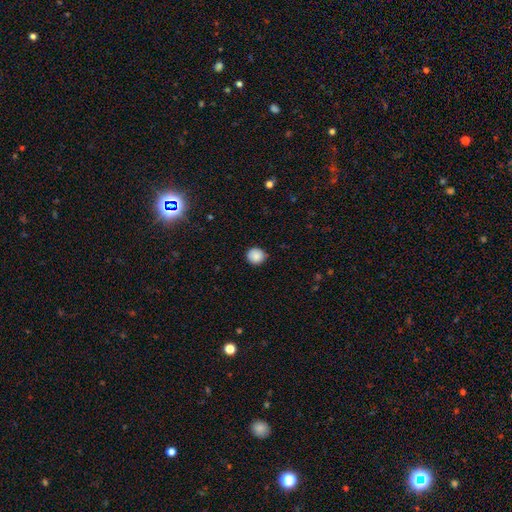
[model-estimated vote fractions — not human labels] Morphology: type=smooth (88%); roundness=round (90%); merging=none (88%).